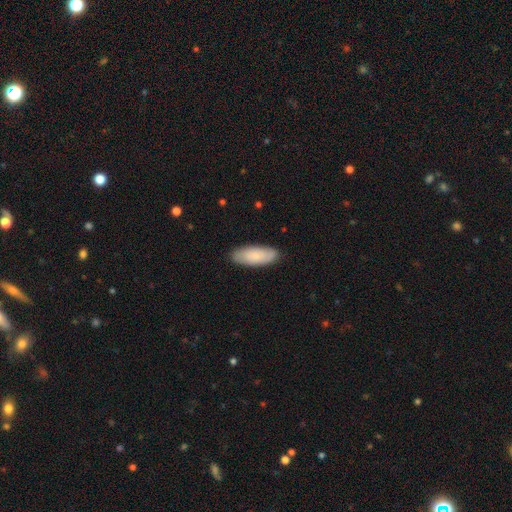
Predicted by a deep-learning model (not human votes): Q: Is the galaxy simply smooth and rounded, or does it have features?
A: smooth — 78%.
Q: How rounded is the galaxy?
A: in between — 77%.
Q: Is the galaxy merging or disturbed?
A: none — 86%.